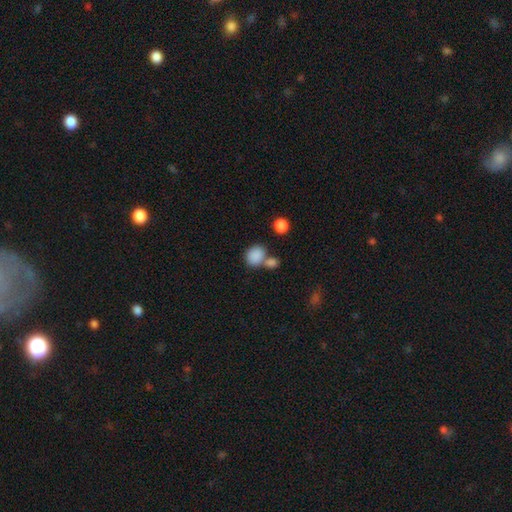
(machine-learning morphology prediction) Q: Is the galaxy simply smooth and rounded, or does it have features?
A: smooth — 85%.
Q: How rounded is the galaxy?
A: round — 52%.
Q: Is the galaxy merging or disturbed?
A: none — 48%.